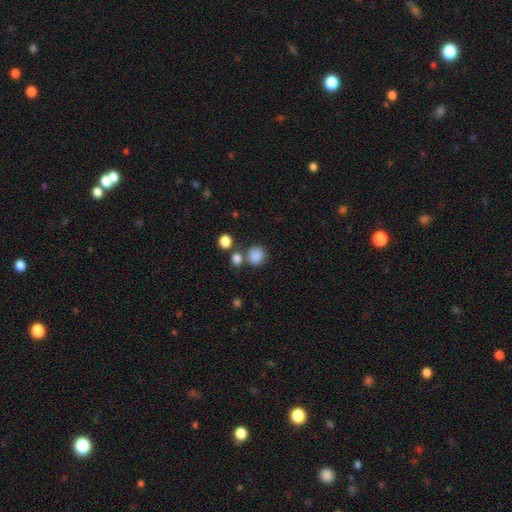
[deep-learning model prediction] Morphology: type=smooth (85%); roundness=round (88%); merging=none (67%).